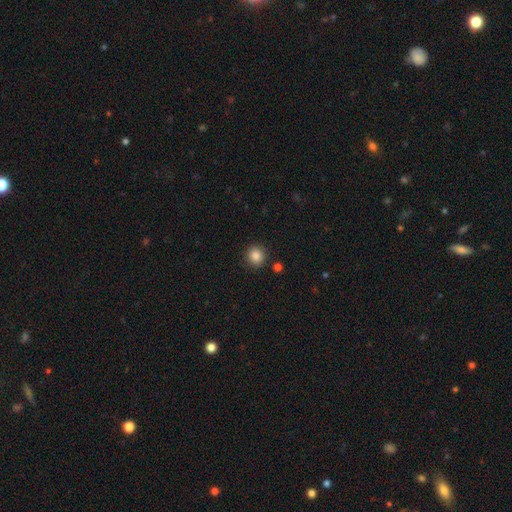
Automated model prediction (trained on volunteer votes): Smooth or featured: smooth — 86% (star or artifact — 10%)
How rounded: round — 90% (in between — 9%)
Merging: none — 90% (minor disturbance — 6%)